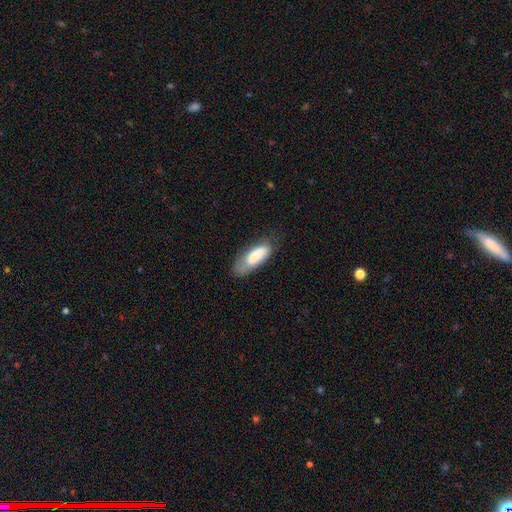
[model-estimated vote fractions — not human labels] Smooth or featured? smooth (78%)
How rounded? in between (69%)
Merging? none (52%)